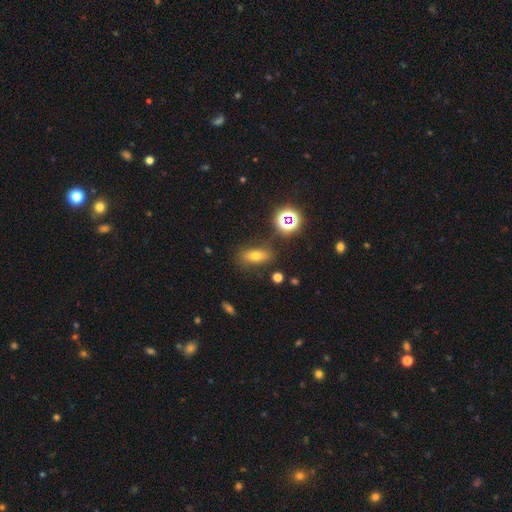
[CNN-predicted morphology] Smooth or featured? smooth (64%)
How rounded? in between (70%)
Merging? none (80%)